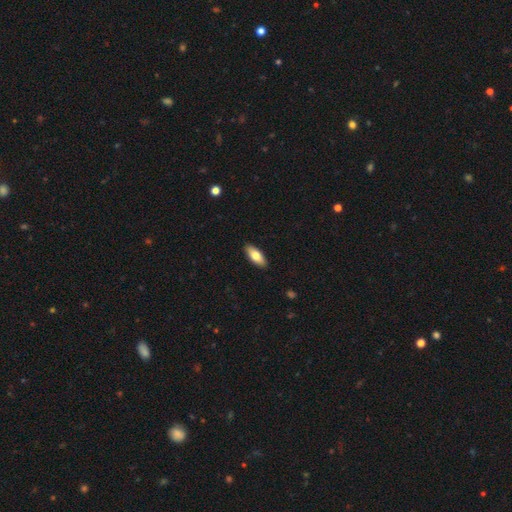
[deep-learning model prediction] smooth-or-featured: smooth: 76% | featured or disk: 19% | star or artifact: 6%
  how-rounded: in between: 80% | cigar-shaped: 18% | round: 2%
  merging: none: 90% | minor disturbance: 7% | major disturbance: 2% | merger: 1%